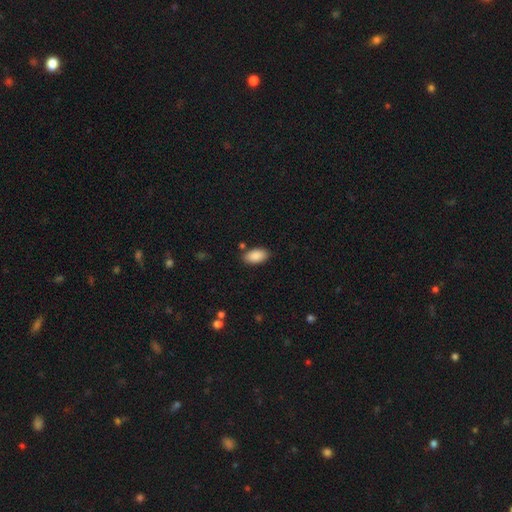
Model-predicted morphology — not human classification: Smooth or featured?
  - smooth: 89% *
  - star or artifact: 7%
  - featured or disk: 4%
How rounded?
  - in between: 95% *
  - round: 3%
  - cigar-shaped: 2%
Merging?
  - none: 84% *
  - minor disturbance: 10%
  - merger: 3%
  - major disturbance: 3%